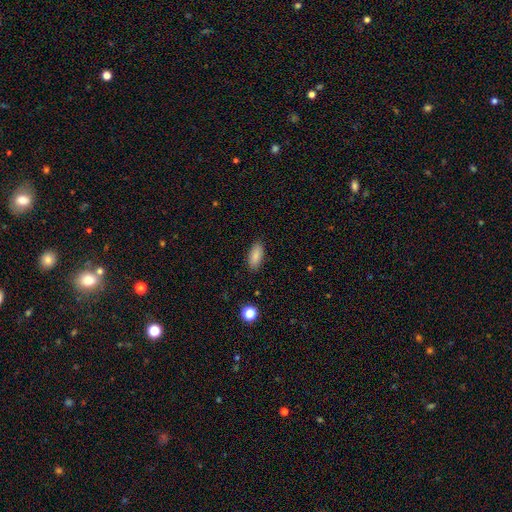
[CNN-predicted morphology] smooth 86%, star or artifact 8%, featured or disk 6%. Down the decision tree: how rounded — in between (85%); merging — none (88%).